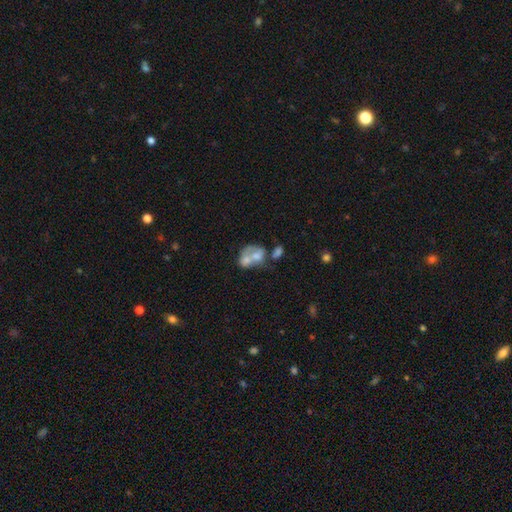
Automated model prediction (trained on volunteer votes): smooth-or-featured: smooth: 49% | featured or disk: 40% | star or artifact: 11%
  merging: merger: 66% | none: 15% | major disturbance: 11% | minor disturbance: 8%